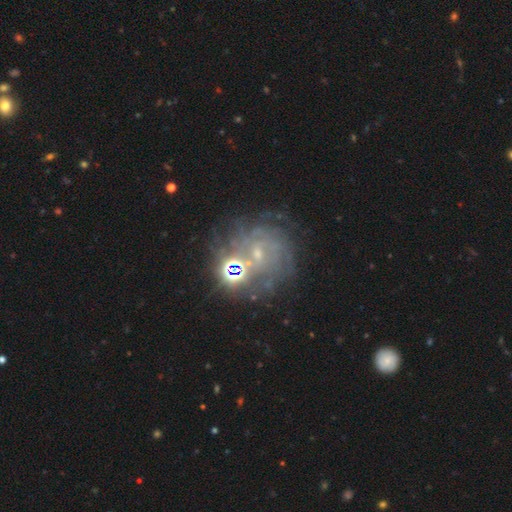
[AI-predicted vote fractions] Smooth or featured: featured or disk — 65% (star or artifact — 23%)
Edge-on disk: no — 97% (yes — 3%)
Bar: no — 63% (weak — 29%)
Spiral arms: yes — 83% (no — 17%)
Spiral winding: tight — 61% (medium — 28%)
Spiral arm count: can't tell — 49% (2 — 13%)
Bulge size: small — 76% (moderate — 13%)
Merging: none — 63% (minor disturbance — 16%)